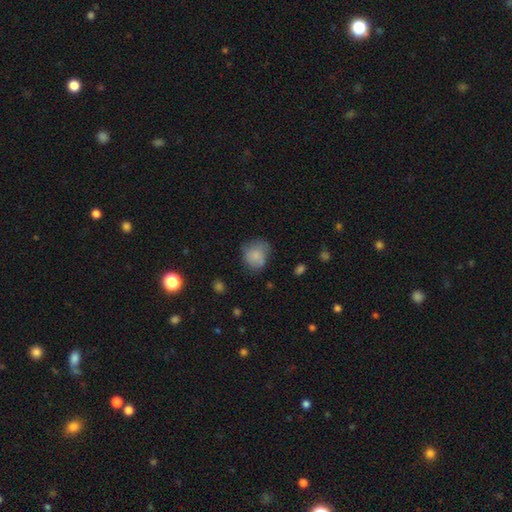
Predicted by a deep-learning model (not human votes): Smooth or featured? smooth (78%)
How rounded? round (67%)
Merging? none (54%)